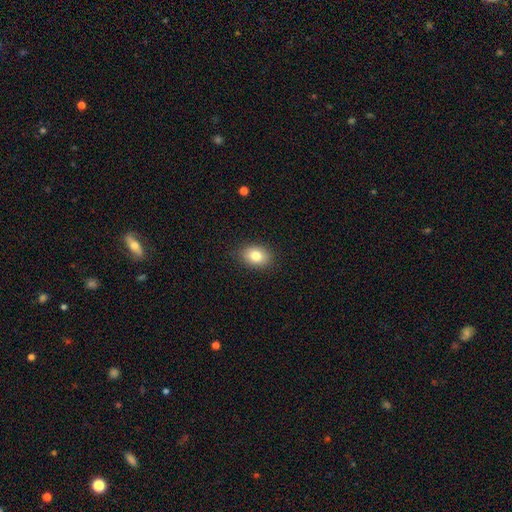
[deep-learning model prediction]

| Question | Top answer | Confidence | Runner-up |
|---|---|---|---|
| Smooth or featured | smooth | 81% | featured or disk (10%) |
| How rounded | in between | 74% | round (25%) |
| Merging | none | 88% | minor disturbance (9%) |